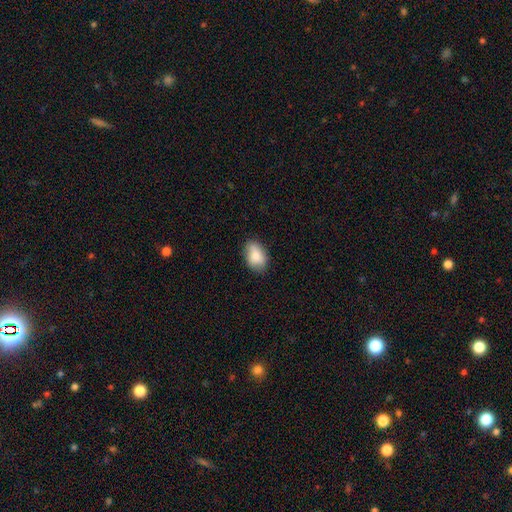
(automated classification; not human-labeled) Overall: smooth (83%). How rounded: in between (86%). Merging: none (76%).